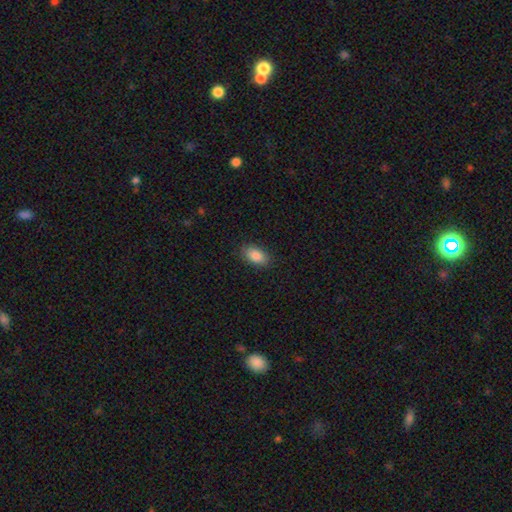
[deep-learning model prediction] A smooth galaxy with no disk features (88%) that is in between round and cigar-shaped (92%). Merging: none (86%).